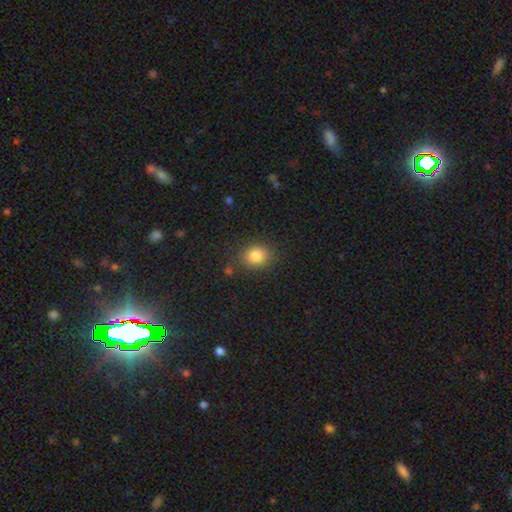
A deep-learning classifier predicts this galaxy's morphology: smooth_or_featured: smooth (p=0.83) [alt: star or artifact p=0.11]
how_rounded: round (p=0.67) [alt: in between p=0.32]
merging: none (p=0.83) [alt: minor disturbance p=0.11]